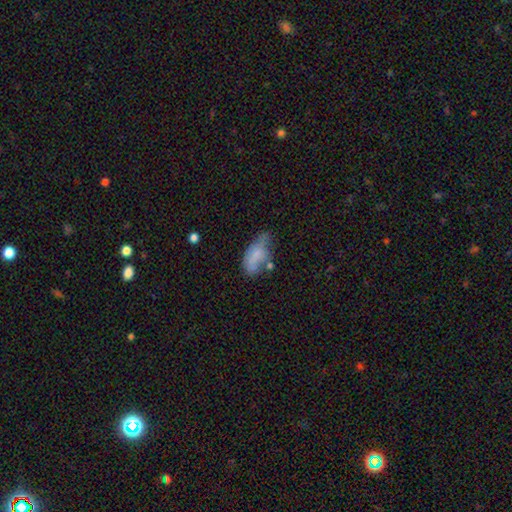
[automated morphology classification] Q: Smooth or featured?
A: smooth (70%); runner-up: featured or disk (21%)
Q: How rounded?
A: in between (88%); runner-up: cigar-shaped (8%)
Q: Merging?
A: none (39%); runner-up: minor disturbance (34%)